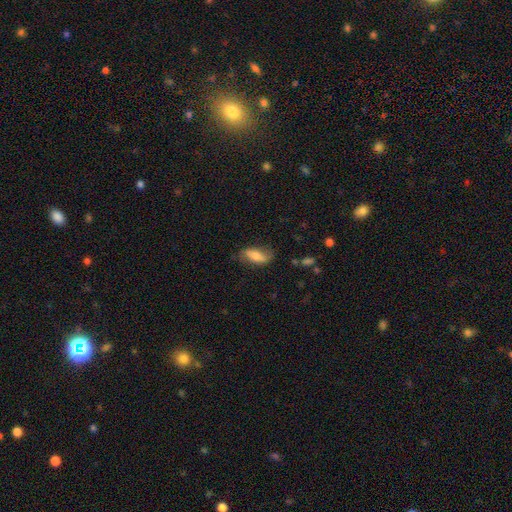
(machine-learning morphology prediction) This appears to be a smooth galaxy with no disk features (60%) that is in between round and cigar-shaped (80%). Merging: none (68%).